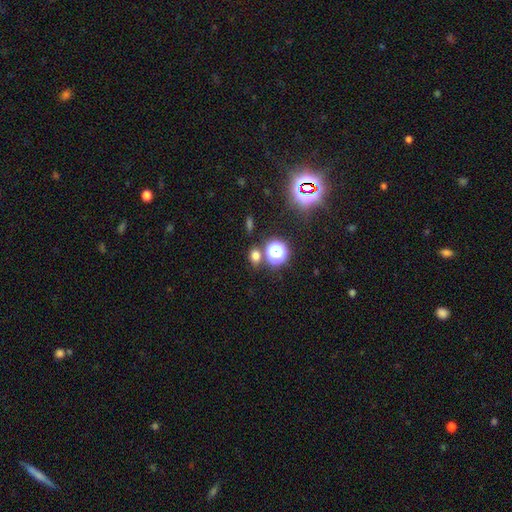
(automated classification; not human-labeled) The model was most divided on "how rounded": round: 55%, in between: 43%, cigar-shaped: 2%. More confident: merging — none (75%); smooth or featured — smooth (66%).